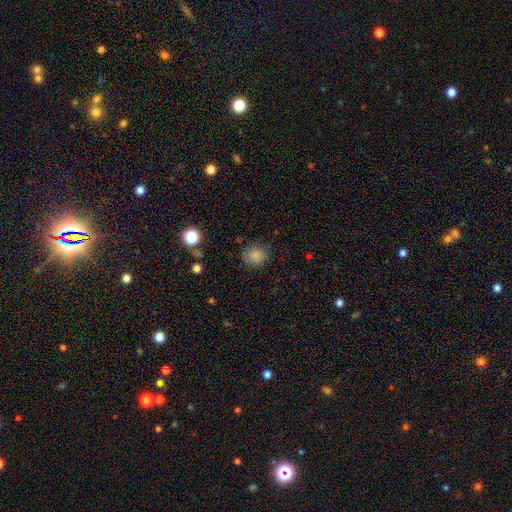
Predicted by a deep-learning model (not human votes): smooth-or-featured: smooth: 83% | star or artifact: 11% | featured or disk: 6%
  how-rounded: round: 79% | in between: 21% | cigar-shaped: 1%
  merging: none: 76% | minor disturbance: 17% | major disturbance: 5% | merger: 2%